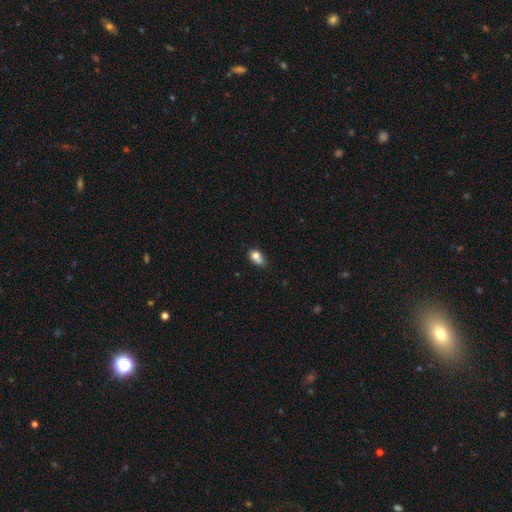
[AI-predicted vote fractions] smooth_or_featured: smooth (p=0.74) [alt: featured or disk p=0.16]
how_rounded: in between (p=0.71) [alt: round p=0.26]
merging: none (p=0.34) [alt: minor disturbance p=0.28]